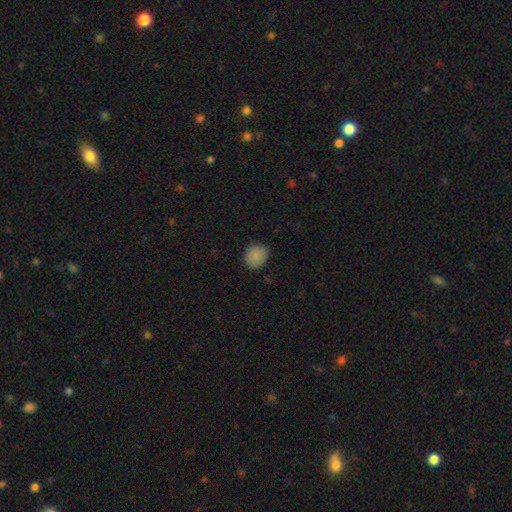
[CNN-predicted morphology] Smooth or featured?
  - smooth: 86% *
  - star or artifact: 10%
  - featured or disk: 4%
How rounded?
  - round: 69% *
  - in between: 30%
  - cigar-shaped: 1%
Merging?
  - none: 84% *
  - minor disturbance: 12%
  - major disturbance: 2%
  - merger: 1%